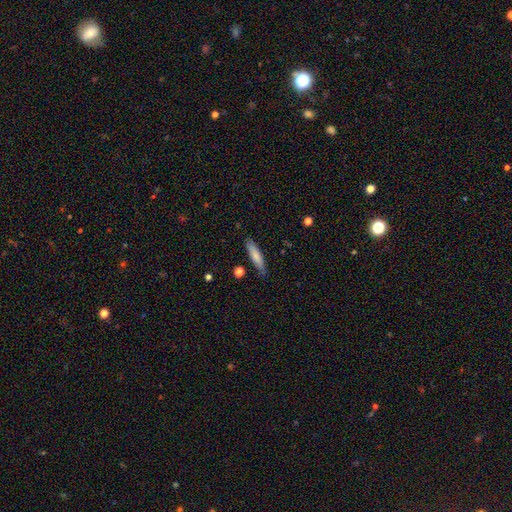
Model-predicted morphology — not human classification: A smooth galaxy with no disk features (77%) that is cigar-shaped (79%).

Vote fractions:
- Smooth or featured? smooth: 77% / featured or disk: 17% / star or artifact: 6%
- How rounded? cigar-shaped: 79% / in between: 19% / round: 1%
- Merging? none: 82% / minor disturbance: 13% / major disturbance: 2% / merger: 2%